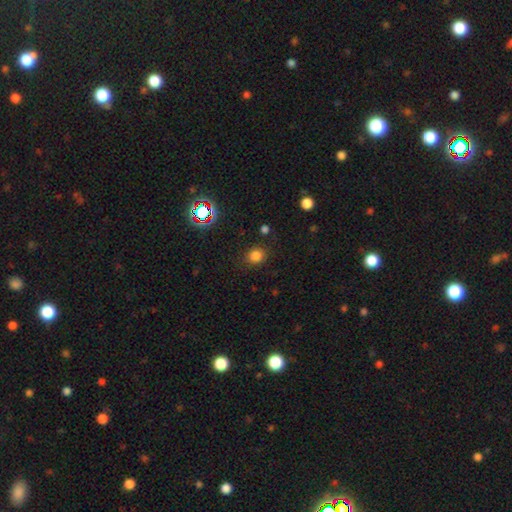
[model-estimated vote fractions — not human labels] A smooth galaxy with no disk features (78%) that is round (75%).

Vote fractions:
- Smooth or featured? smooth: 78% / star or artifact: 16% / featured or disk: 5%
- How rounded? round: 75% / in between: 24% / cigar-shaped: 1%
- Merging? none: 84% / minor disturbance: 10% / major disturbance: 4% / merger: 2%